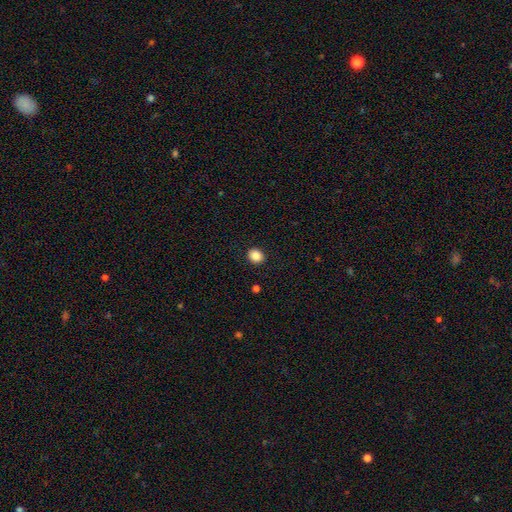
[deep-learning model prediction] Q: Smooth or featured?
A: smooth (86%); runner-up: star or artifact (10%)
Q: How rounded?
A: round (70%); runner-up: in between (29%)
Q: Merging?
A: none (92%); runner-up: minor disturbance (6%)